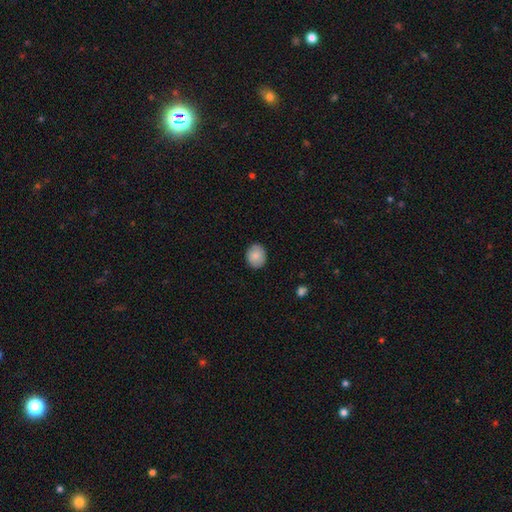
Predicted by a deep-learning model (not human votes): Smooth or featured?
  - smooth: 85% *
  - featured or disk: 8%
  - star or artifact: 7%
How rounded?
  - round: 70% *
  - in between: 29%
  - cigar-shaped: 1%
Merging?
  - none: 86% *
  - minor disturbance: 11%
  - major disturbance: 2%
  - merger: 1%